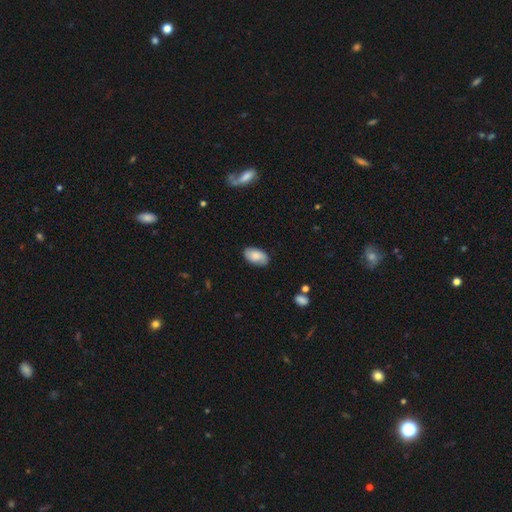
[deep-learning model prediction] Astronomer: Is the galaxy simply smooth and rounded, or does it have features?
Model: smooth — 78%.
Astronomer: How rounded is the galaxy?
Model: in between — 94%.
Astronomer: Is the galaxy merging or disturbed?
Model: none — 83%.